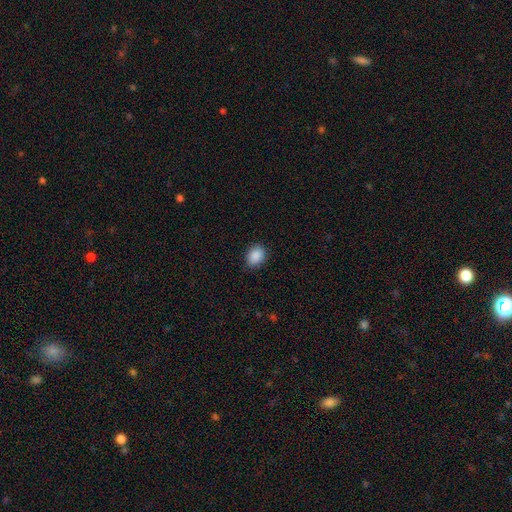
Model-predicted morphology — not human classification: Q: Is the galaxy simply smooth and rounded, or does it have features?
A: smooth — 89%.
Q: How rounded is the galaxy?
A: in between — 63%.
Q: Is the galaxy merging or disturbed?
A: none — 86%.